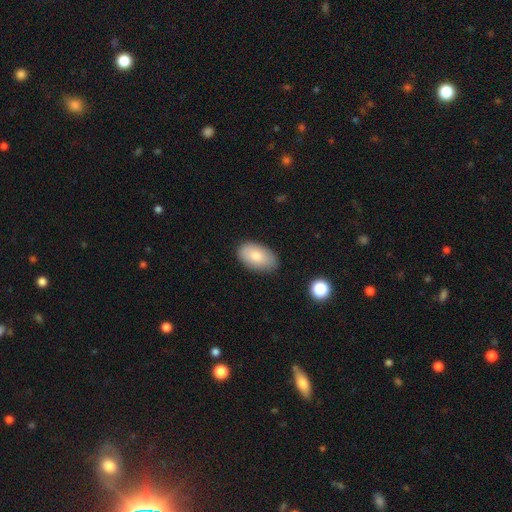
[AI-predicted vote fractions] Smooth or featured? smooth (82%)
How rounded? in between (94%)
Merging? none (83%)